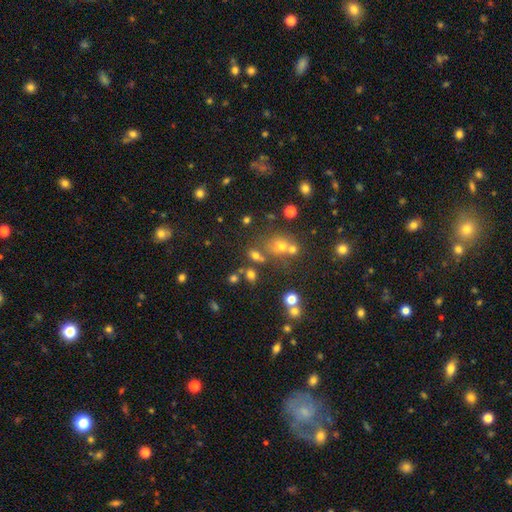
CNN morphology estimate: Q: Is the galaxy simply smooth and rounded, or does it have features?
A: smooth — 61%.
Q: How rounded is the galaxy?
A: in between — 51%.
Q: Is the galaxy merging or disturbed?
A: none — 56%.